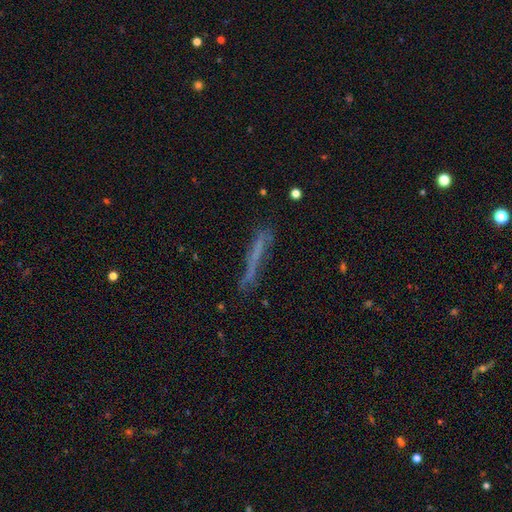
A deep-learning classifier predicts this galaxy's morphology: Smooth or featured: smooth — 48% (featured or disk — 39%)
Merging: none — 65% (minor disturbance — 23%)